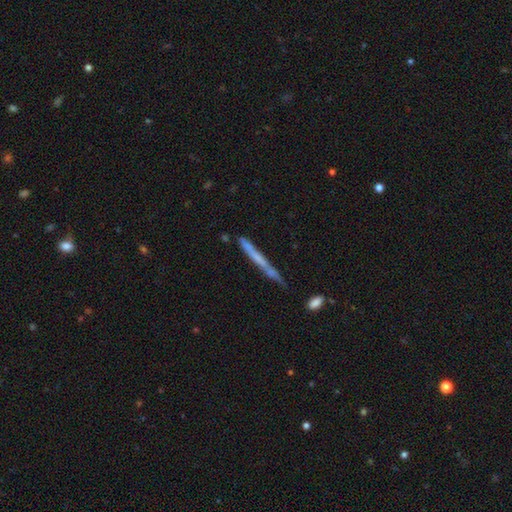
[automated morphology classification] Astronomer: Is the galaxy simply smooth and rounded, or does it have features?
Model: smooth — 47% (runner-up: featured or disk, 46%).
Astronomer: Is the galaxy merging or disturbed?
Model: none — 70%.